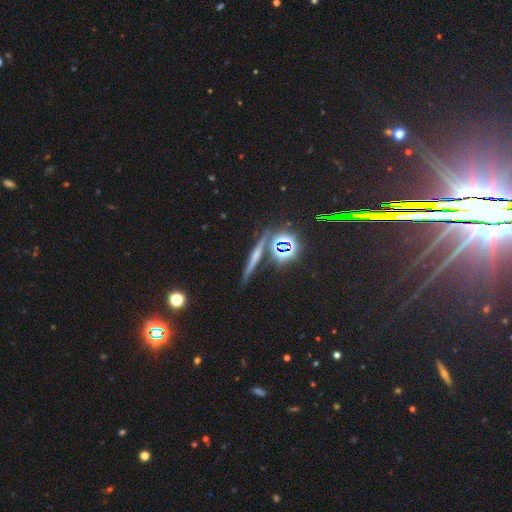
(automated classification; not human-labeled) Smooth or featured? featured or disk (34%, tied with star or artifact)
Merging? none (83%)